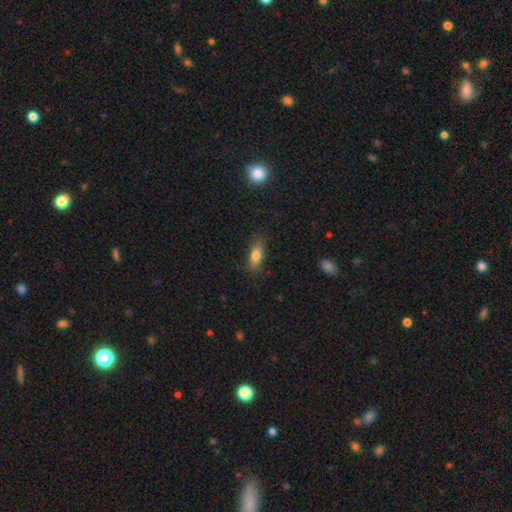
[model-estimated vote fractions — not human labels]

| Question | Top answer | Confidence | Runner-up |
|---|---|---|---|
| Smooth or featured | smooth | 79% | featured or disk (12%) |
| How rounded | in between | 74% | cigar-shaped (23%) |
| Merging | none | 80% | minor disturbance (15%) |